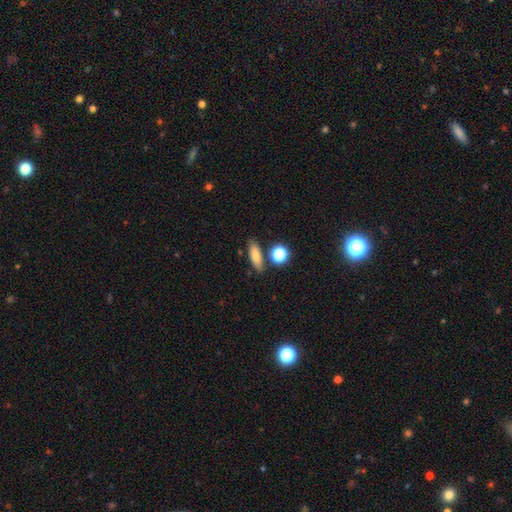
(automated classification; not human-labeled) smooth-or-featured: smooth: 79% | featured or disk: 12% | star or artifact: 9%
  how-rounded: in between: 52% | cigar-shaped: 39% | round: 9%
  merging: none: 77% | minor disturbance: 10% | merger: 9% | major disturbance: 3%